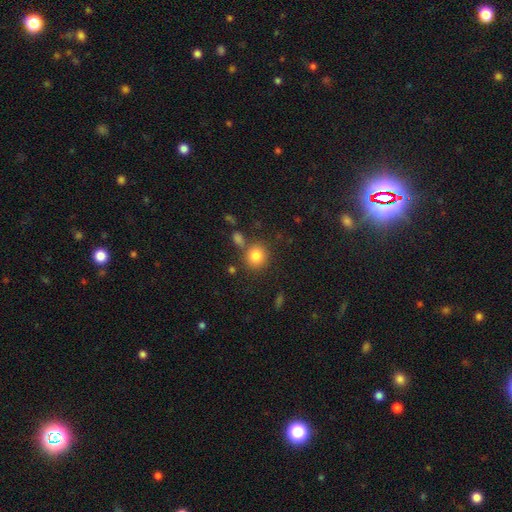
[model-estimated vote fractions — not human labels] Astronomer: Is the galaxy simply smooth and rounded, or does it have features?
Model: smooth — 83%.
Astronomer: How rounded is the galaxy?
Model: round — 84%.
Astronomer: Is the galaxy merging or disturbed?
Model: none — 76%.